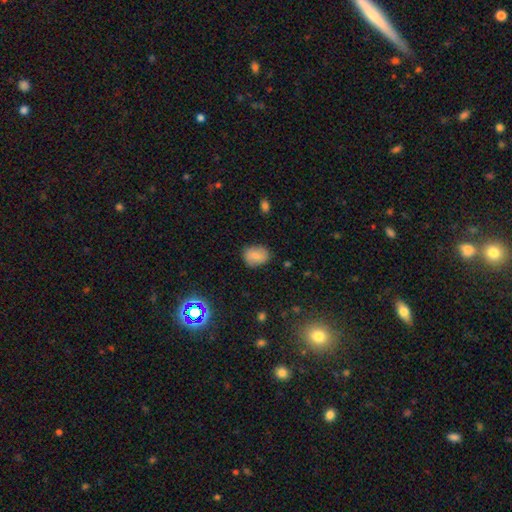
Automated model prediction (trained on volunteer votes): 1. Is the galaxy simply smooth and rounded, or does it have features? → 79% smooth, 12% featured or disk, 9% star or artifact.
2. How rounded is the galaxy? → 65% in between, 34% round, 1% cigar-shaped.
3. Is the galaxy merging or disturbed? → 81% none, 14% minor disturbance, 3% major disturbance, 1% merger.